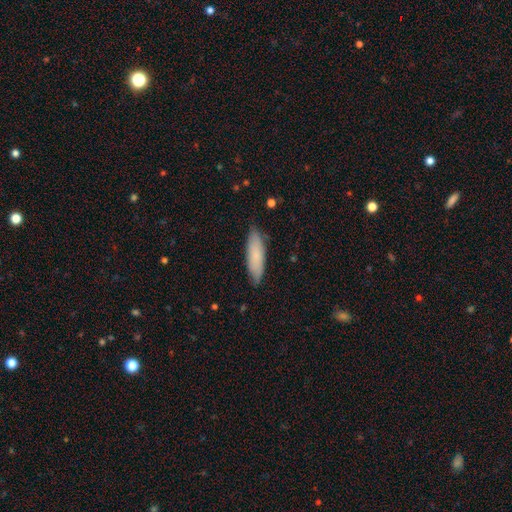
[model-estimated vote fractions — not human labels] A smooth galaxy with no disk features (79%) that is cigar-shaped (62%). Merging: none (84%).